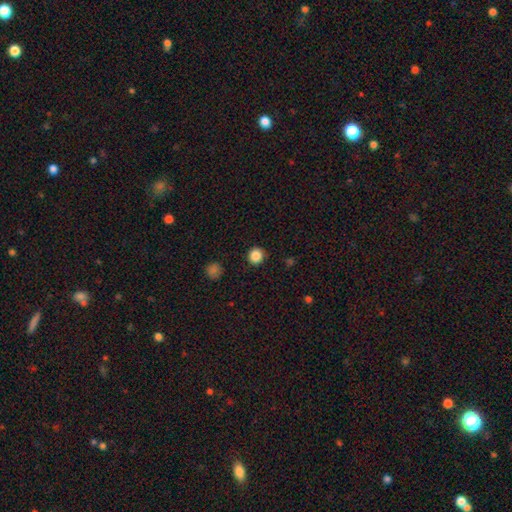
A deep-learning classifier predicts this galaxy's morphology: type=smooth (86%); roundness=round (93%); merging=none (91%).